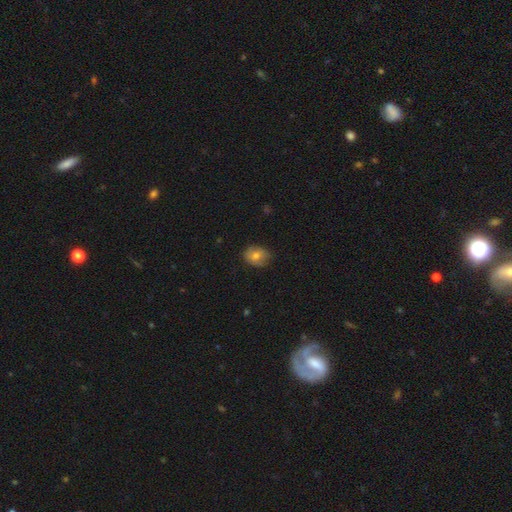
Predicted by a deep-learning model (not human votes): smooth_or_featured: smooth (p=0.77) [alt: featured or disk p=0.15]
how_rounded: round (p=0.50) [alt: in between p=0.49]
merging: none (p=0.78) [alt: minor disturbance p=0.18]